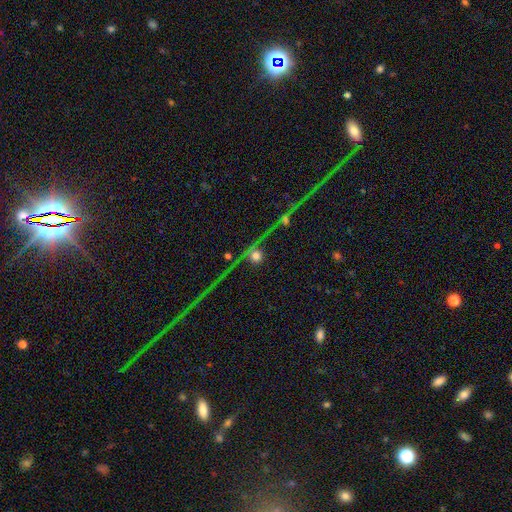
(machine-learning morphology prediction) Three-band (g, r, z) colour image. It shows a smooth galaxy with no disk features (51%) that is round (92%). Merging: none (50%).